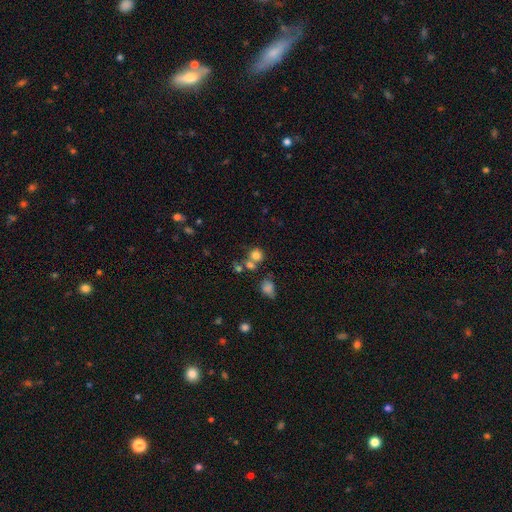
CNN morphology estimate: Smooth or featured?
  - smooth: 75% *
  - star or artifact: 15%
  - featured or disk: 10%
How rounded?
  - round: 80% *
  - in between: 19%
  - cigar-shaped: 1%
Merging?
  - none: 52% *
  - merger: 32%
  - minor disturbance: 11%
  - major disturbance: 5%